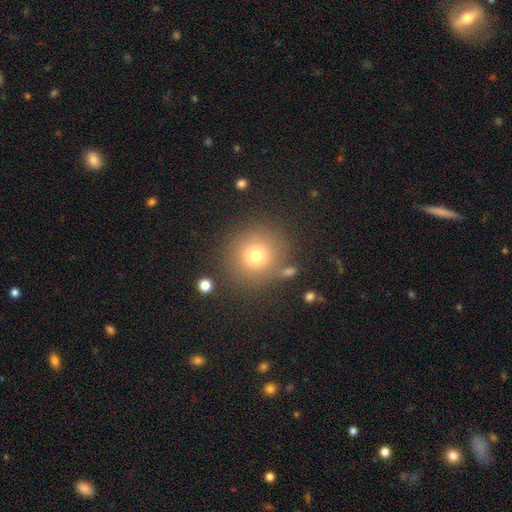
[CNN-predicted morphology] A smooth galaxy with no disk features (73%) that is round (92%).

Vote fractions:
- Smooth or featured? smooth: 73% / star or artifact: 17% / featured or disk: 11%
- How rounded? round: 92% / in between: 7% / cigar-shaped: 1%
- Merging? none: 84% / minor disturbance: 8% / merger: 5% / major disturbance: 3%